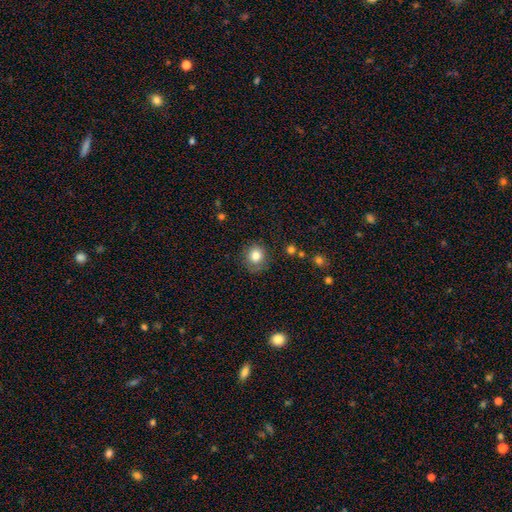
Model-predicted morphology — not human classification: type=smooth (81%); roundness=round (85%); merging=none (81%).